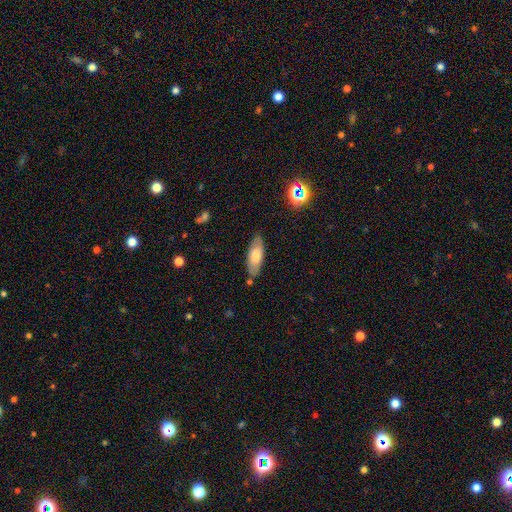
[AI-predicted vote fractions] Q: Smooth or featured?
A: smooth (72%); runner-up: featured or disk (22%)
Q: How rounded?
A: in between (71%); runner-up: cigar-shaped (27%)
Q: Merging?
A: none (80%); runner-up: minor disturbance (14%)